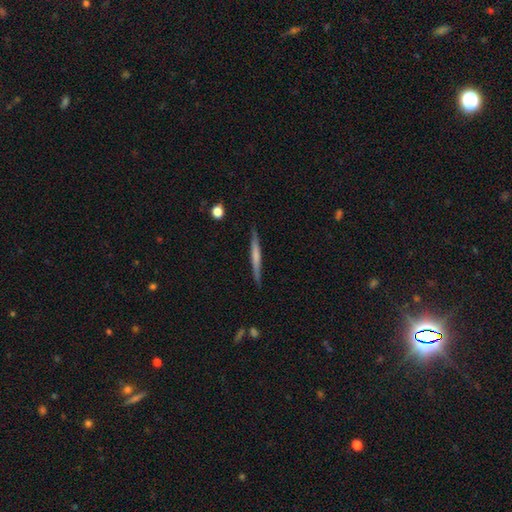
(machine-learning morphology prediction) A smooth galaxy with no disk features (47%, tied with featured or disk).

Vote fractions:
- Smooth or featured? smooth: 47% (tied) / featured or disk: 47% (tied) / star or artifact: 6%
- Merging? none: 87% / minor disturbance: 9% / major disturbance: 2% / merger: 1%